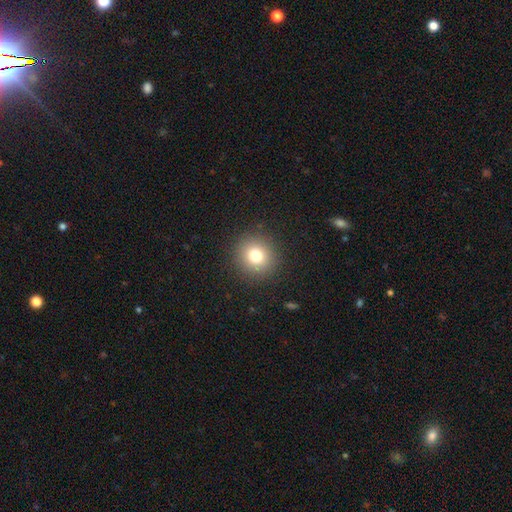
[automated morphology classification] Smooth or featured? smooth (78%)
How rounded? round (92%)
Merging? none (91%)